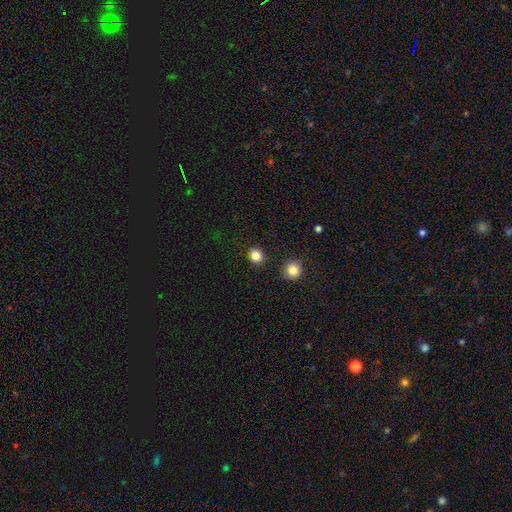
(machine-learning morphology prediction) This is clearly a smooth galaxy (84%). How rounded: clearly round (87%). Merging: clearly none (90%).